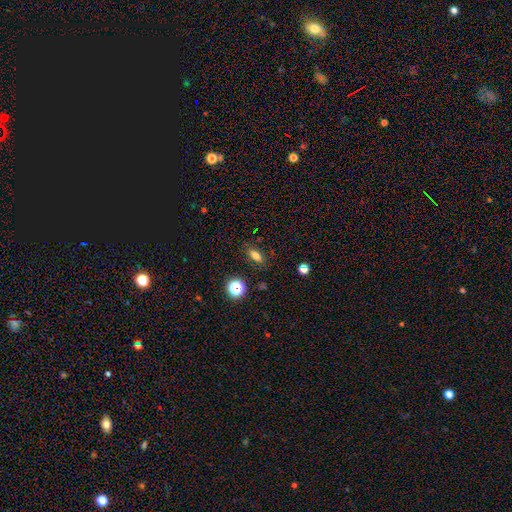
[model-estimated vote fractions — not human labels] Morphology: type=smooth (70%); roundness=in between (71%); merging=none (85%).